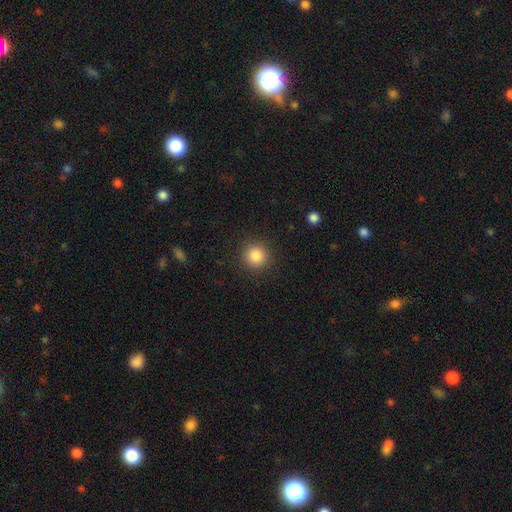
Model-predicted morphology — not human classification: A smooth galaxy with no disk features (86%) that is round (94%).

Vote fractions:
- Smooth or featured? smooth: 86% / star or artifact: 10% / featured or disk: 4%
- How rounded? round: 94% / in between: 5% / cigar-shaped: 1%
- Merging? none: 91% / minor disturbance: 6% / major disturbance: 2% / merger: 1%